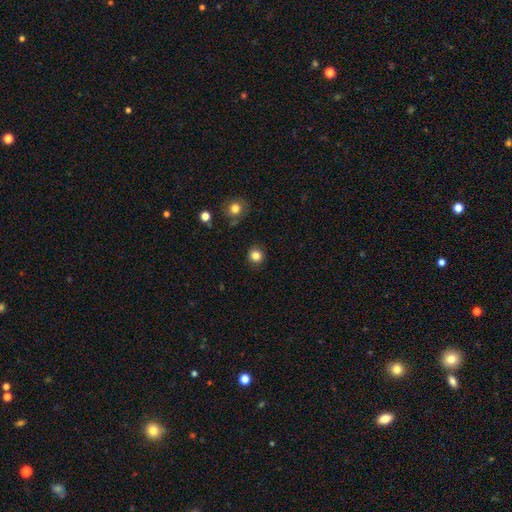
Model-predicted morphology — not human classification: The model was most divided on "smooth or featured": smooth: 84%, star or artifact: 12%, featured or disk: 5%. More confident: how rounded — round (90%); merging — none (89%).